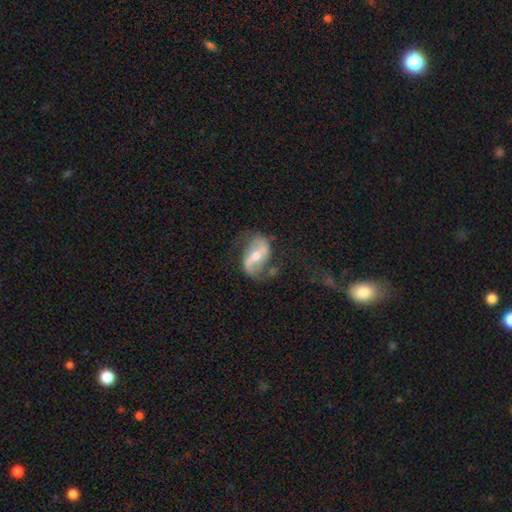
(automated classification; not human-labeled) Smooth or featured? Predicted: featured or disk (p=0.80). Edge-on disk? Predicted: no (p=0.96). Bar? Predicted: strong (p=0.44). Spiral arms? Predicted: yes (p=0.87). Spiral winding? Predicted: loose (p=0.60). Spiral arm count? Predicted: 2 (p=0.89). Bulge size? Predicted: moderate (p=0.65). Merging? Predicted: none (p=0.63).